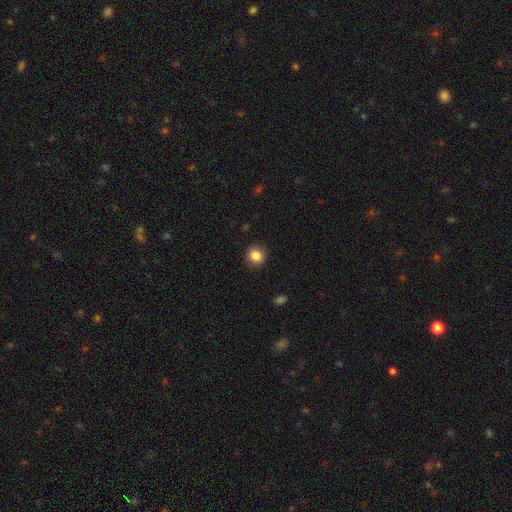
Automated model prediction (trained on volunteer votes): The model was most divided on "smooth or featured": smooth: 86%, star or artifact: 9%, featured or disk: 4%. More confident: merging — none (89%); how rounded — round (89%).